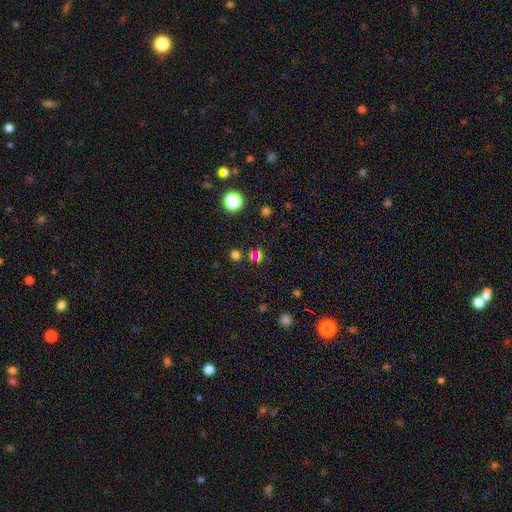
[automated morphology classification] Smooth or featured?
  - smooth: 49% *
  - star or artifact: 41%
  - featured or disk: 11%
Merging?
  - none: 64% *
  - merger: 23%
  - minor disturbance: 9%
  - major disturbance: 5%